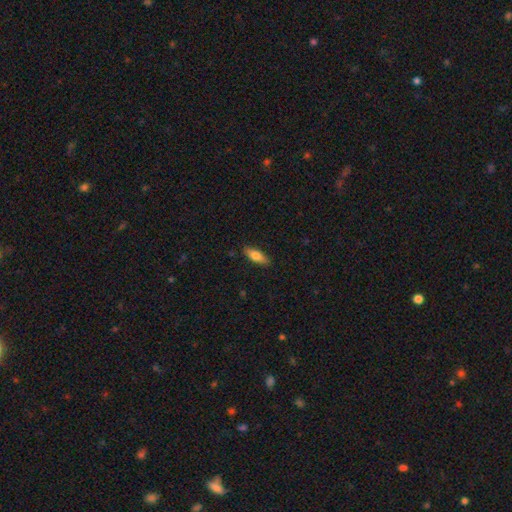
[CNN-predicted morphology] smooth 73%, featured or disk 21%, star or artifact 6%. Down the decision tree: how rounded — in between (57%); merging — none (88%).